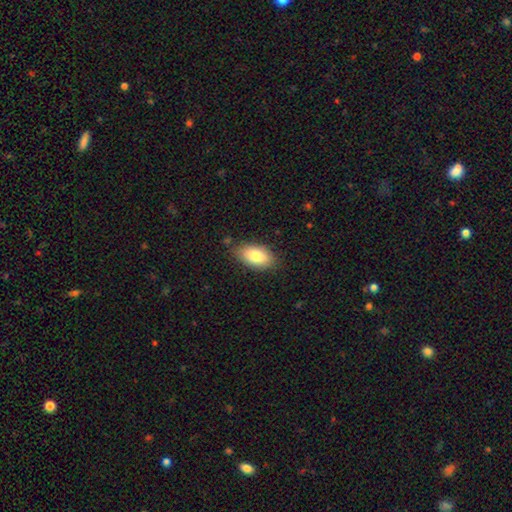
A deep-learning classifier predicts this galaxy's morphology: Overall: smooth (82%). How rounded: in between (92%). Merging: none (80%).